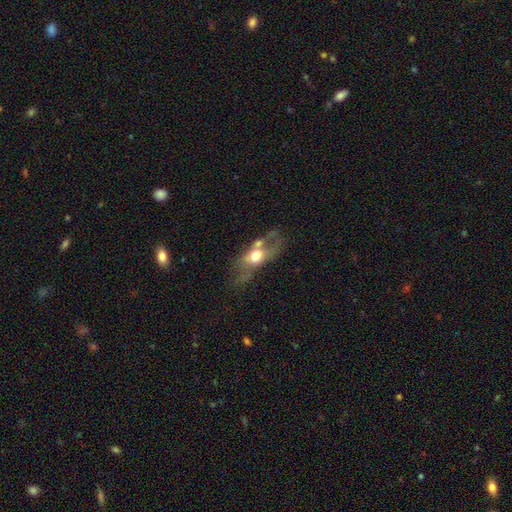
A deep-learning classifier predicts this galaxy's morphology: Smooth or featured: featured or disk — 56% (smooth — 36%)
Edge-on disk: no — 76% (yes — 24%)
Merging: none — 34% (major disturbance — 25%)